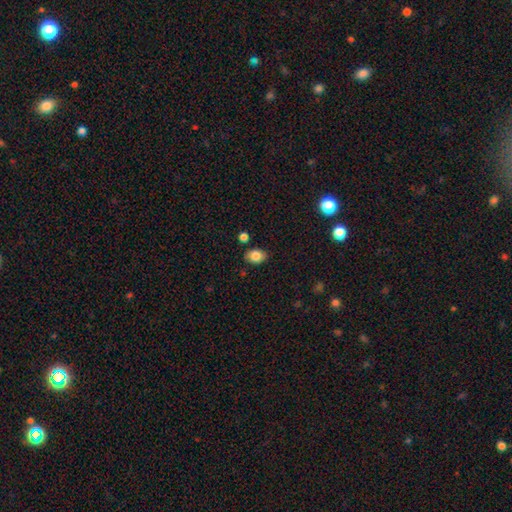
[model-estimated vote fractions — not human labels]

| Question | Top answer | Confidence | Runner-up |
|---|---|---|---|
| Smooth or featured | smooth | 83% | star or artifact (9%) |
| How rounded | in between | 77% | round (22%) |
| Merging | none | 82% | minor disturbance (12%) |